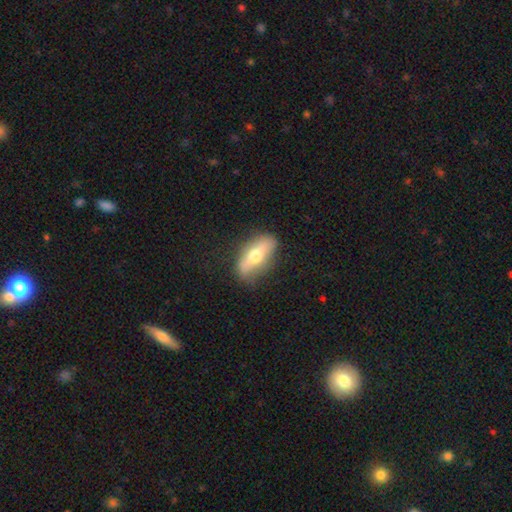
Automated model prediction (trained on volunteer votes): The model was most divided on "smooth or featured": smooth: 48%, featured or disk: 45%, star or artifact: 7%. More confident: merging — none (80%).